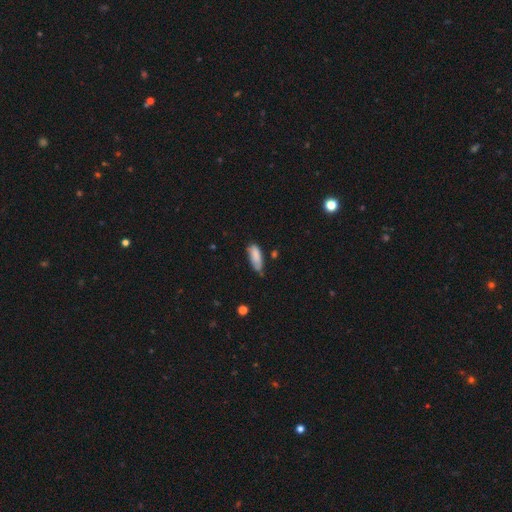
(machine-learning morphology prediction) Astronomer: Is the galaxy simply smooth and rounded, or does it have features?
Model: smooth — 83%.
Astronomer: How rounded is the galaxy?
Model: in between — 72%.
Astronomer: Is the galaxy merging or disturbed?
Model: none — 44% (runner-up: minor disturbance, 42%).